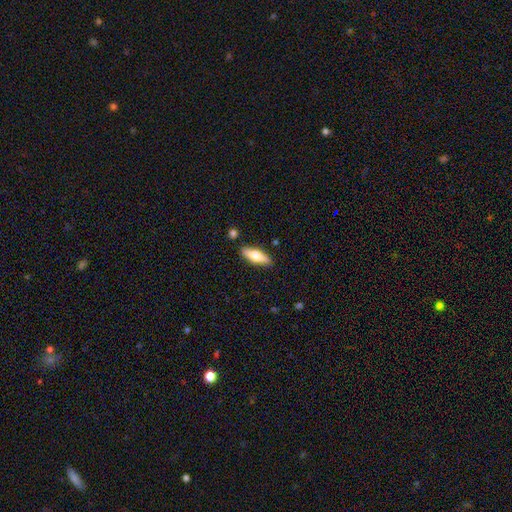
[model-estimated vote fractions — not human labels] A smooth galaxy with no disk features (57%) that is in between round and cigar-shaped (54%). Merging: none (87%).